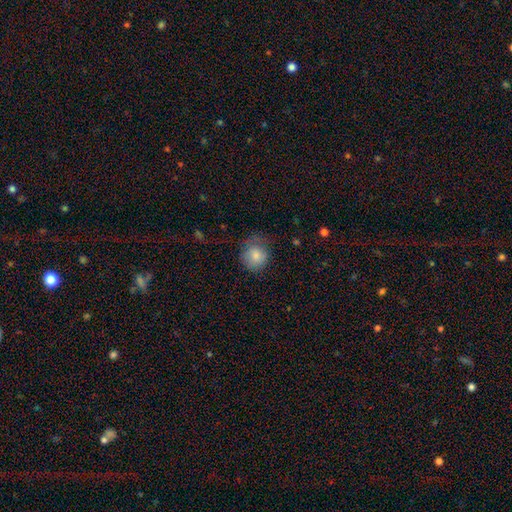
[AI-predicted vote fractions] A smooth galaxy with no disk features (82%) that is round (81%).

Vote fractions:
- Smooth or featured? smooth: 82% / featured or disk: 10% / star or artifact: 8%
- How rounded? round: 81% / in between: 18% / cigar-shaped: 1%
- Merging? none: 55% / minor disturbance: 29% / major disturbance: 15% / merger: 1%